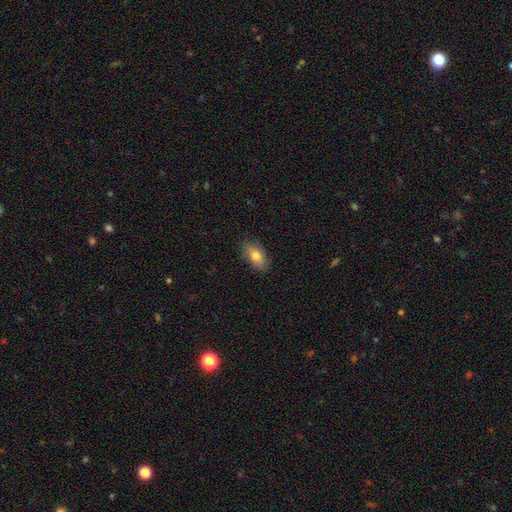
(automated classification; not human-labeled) Smooth or featured? Predicted: smooth (p=0.76). How rounded? Predicted: in between (p=0.89). Merging? Predicted: none (p=0.83).